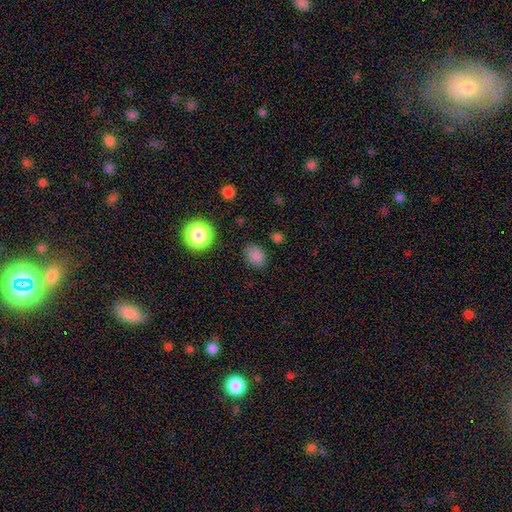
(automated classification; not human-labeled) smooth_or_featured: smooth (p=0.81) [alt: star or artifact p=0.15]
how_rounded: in between (p=0.55) [alt: round p=0.44]
merging: none (p=0.82) [alt: minor disturbance p=0.13]